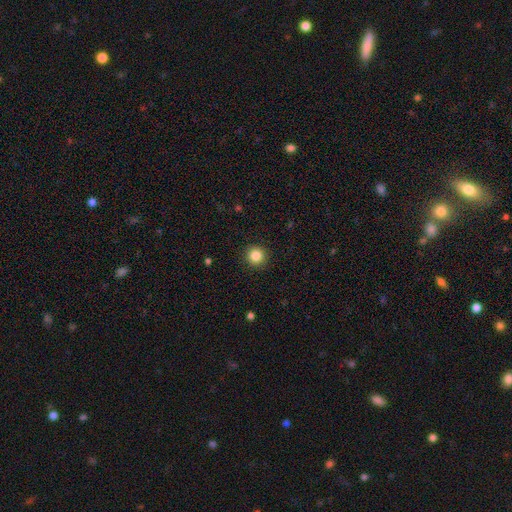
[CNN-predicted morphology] This appears to be a smooth galaxy with no disk features (85%) that is round (95%). Merging: none (92%).